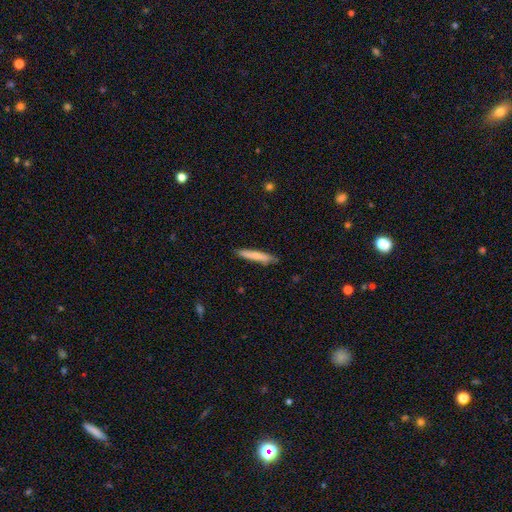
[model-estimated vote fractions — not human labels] smooth 74%, featured or disk 20%, star or artifact 6%. Down the decision tree: how rounded — cigar-shaped (93%); merging — none (85%).